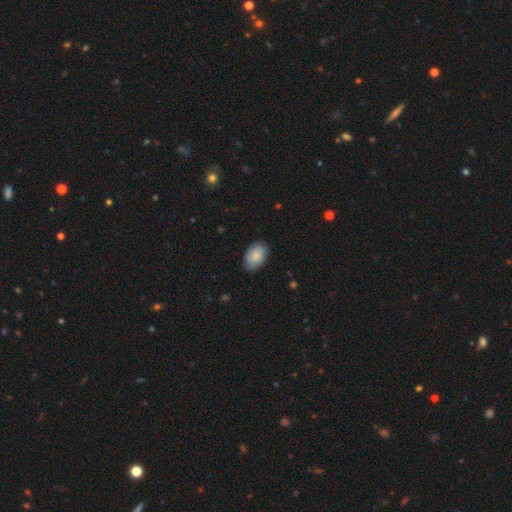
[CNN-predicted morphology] This appears to be a smooth galaxy with no disk features (85%) that is in between round and cigar-shaped (90%). Merging: none (84%).